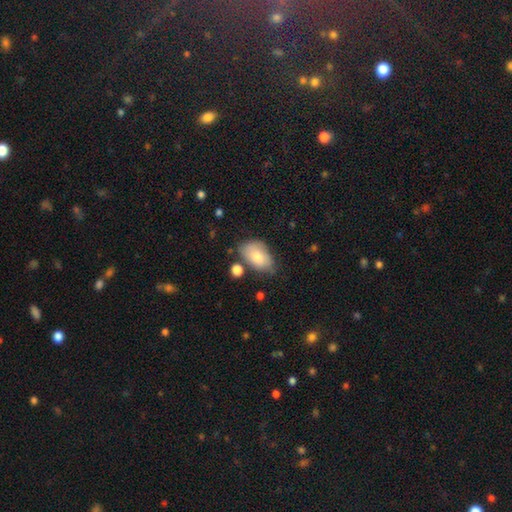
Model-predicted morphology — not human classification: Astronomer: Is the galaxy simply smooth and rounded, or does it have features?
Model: smooth — 78%.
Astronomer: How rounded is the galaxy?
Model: in between — 92%.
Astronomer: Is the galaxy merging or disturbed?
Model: none — 58%.